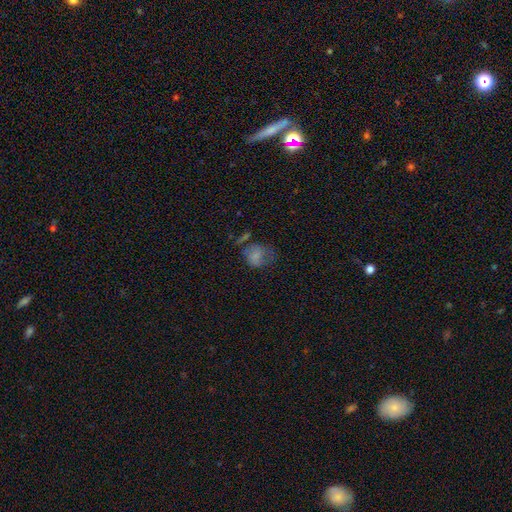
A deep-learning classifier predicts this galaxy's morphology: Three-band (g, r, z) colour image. It shows a smooth galaxy with no disk features (67%) that is round (51%). Merging: none (36%).